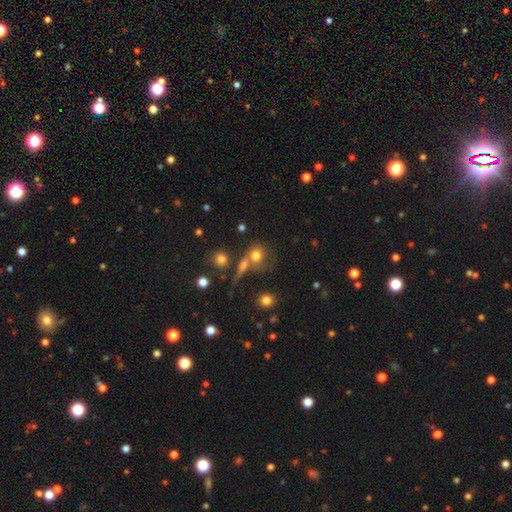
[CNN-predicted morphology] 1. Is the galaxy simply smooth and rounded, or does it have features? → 74% smooth, 14% star or artifact, 12% featured or disk.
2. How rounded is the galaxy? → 75% round, 22% in between, 2% cigar-shaped.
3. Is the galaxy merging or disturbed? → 43% none, 36% merger, 12% minor disturbance, 9% major disturbance.